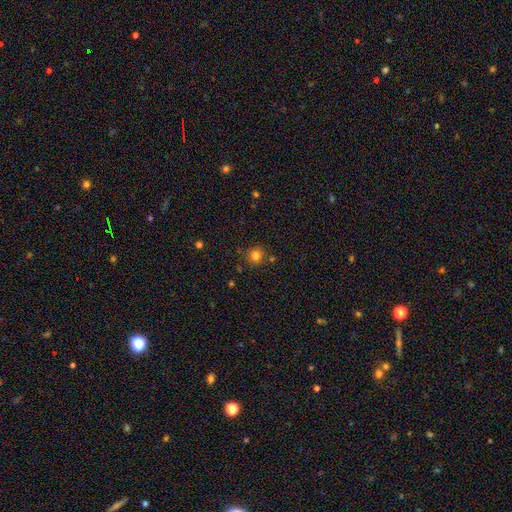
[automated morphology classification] This appears to be a smooth galaxy with no disk features (79%) that is round (89%). Merging: none (79%).